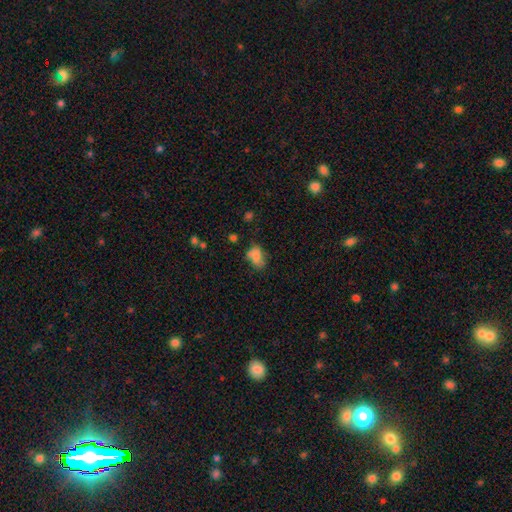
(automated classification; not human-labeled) The model was most divided on "merging": none: 51%, minor disturbance: 31%, major disturbance: 13%, merger: 5%. More confident: how rounded — in between (78%); smooth or featured — smooth (72%).